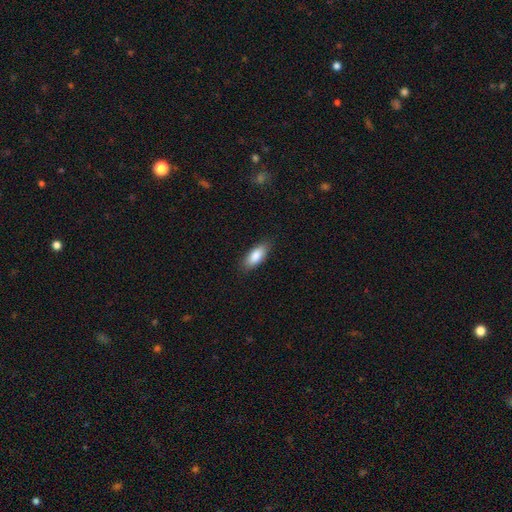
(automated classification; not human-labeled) Morphology: type=smooth (86%); roundness=in between (80%); merging=none (85%).